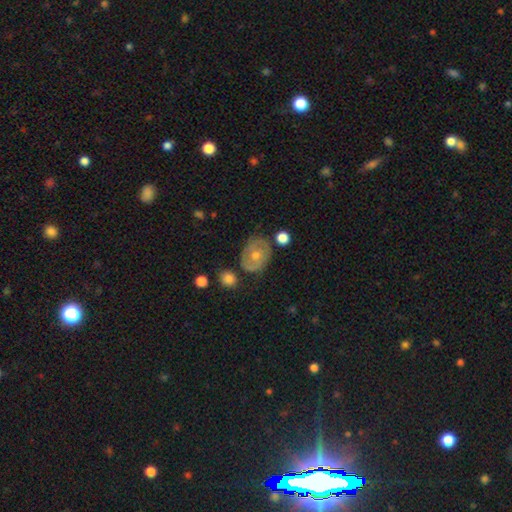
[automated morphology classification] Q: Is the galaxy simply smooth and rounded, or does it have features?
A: featured or disk — 47%.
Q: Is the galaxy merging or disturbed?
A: none — 64%.